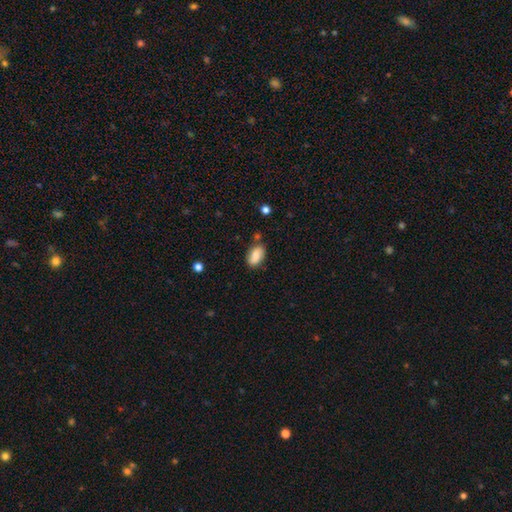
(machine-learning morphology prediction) Smooth or featured?
  - smooth: 79% *
  - featured or disk: 13%
  - star or artifact: 8%
How rounded?
  - in between: 91% *
  - round: 5%
  - cigar-shaped: 3%
Merging?
  - none: 76% *
  - minor disturbance: 16%
  - merger: 5%
  - major disturbance: 3%